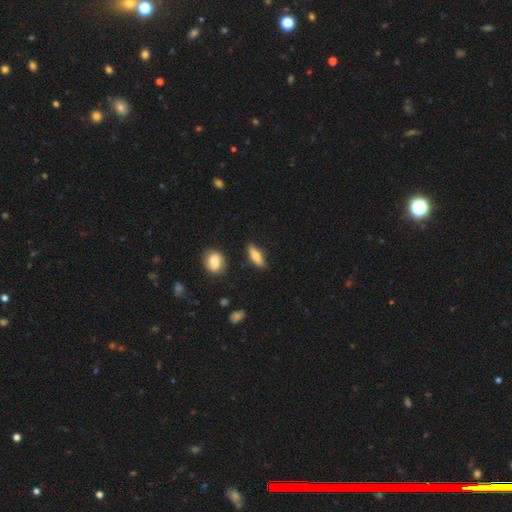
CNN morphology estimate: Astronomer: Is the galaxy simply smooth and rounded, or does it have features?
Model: smooth — 67%.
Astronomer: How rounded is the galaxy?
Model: in between — 53% (runner-up: cigar-shaped, 44%).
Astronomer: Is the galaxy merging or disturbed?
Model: none — 84%.